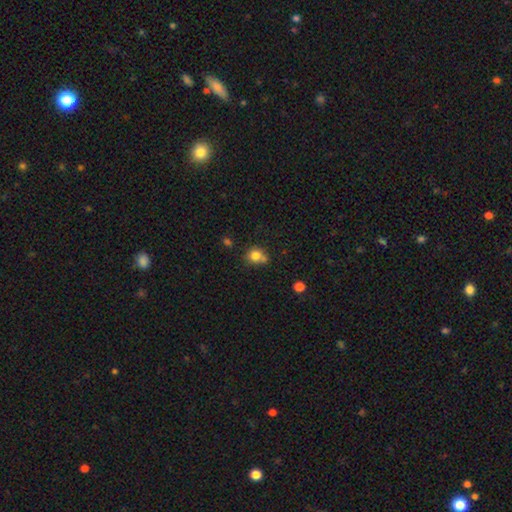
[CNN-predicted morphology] smooth_or_featured: smooth (p=0.79) [alt: star or artifact p=0.12]
how_rounded: round (p=0.72) [alt: in between p=0.27]
merging: none (p=0.52) [alt: minor disturbance p=0.21]